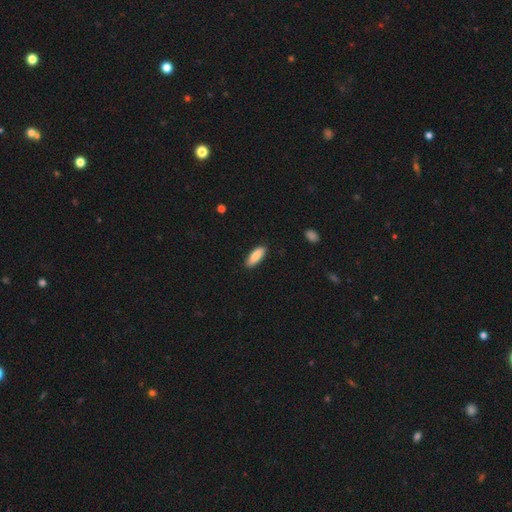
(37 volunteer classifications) Smooth or featured? 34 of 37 (92%) said smooth. How rounded? 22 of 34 (65%) said in between. Merging? 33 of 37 (89%) said none.